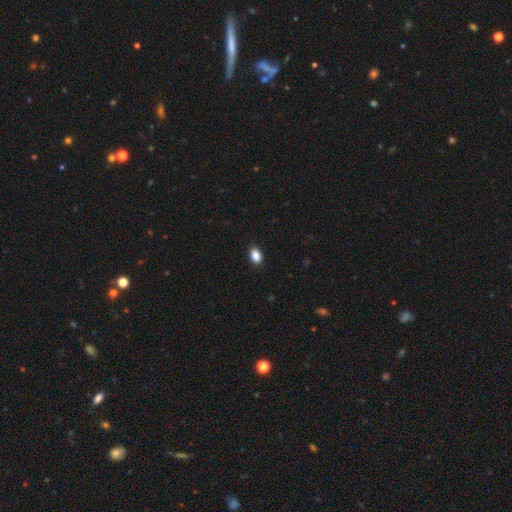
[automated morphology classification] Overall: smooth (88%). How rounded: in between (84%). Merging: none (89%).